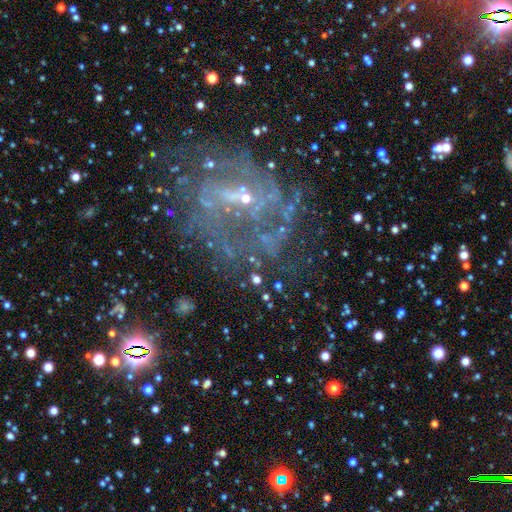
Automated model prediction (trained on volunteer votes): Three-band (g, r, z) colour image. It shows a featured or disk galaxy (64%) with a weak bar (42%), spiral arms (73%) and a small central bulge (66%). Merging: none (55%).